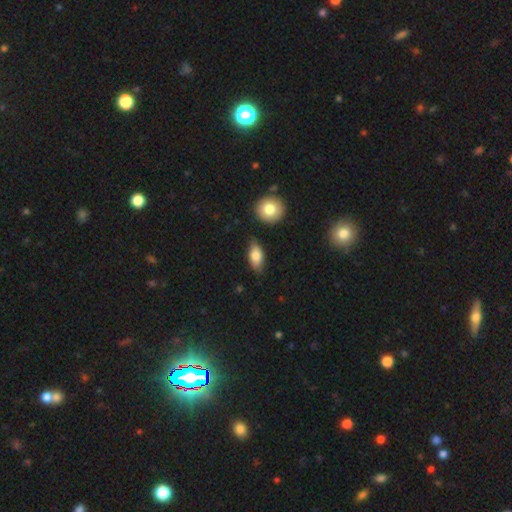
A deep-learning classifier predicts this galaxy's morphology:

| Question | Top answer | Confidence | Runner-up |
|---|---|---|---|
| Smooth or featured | smooth | 78% | featured or disk (15%) |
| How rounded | in between | 87% | cigar-shaped (7%) |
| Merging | none | 75% | minor disturbance (18%) |